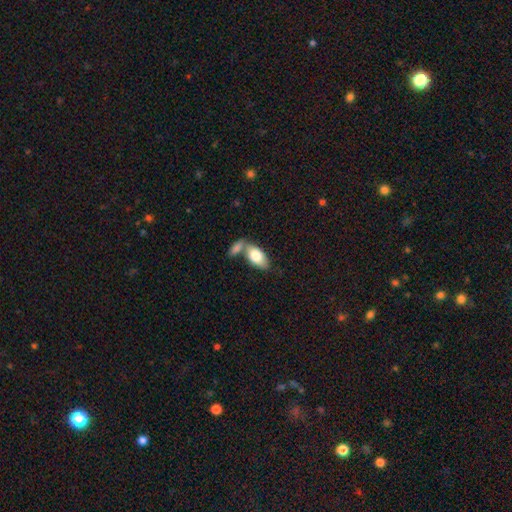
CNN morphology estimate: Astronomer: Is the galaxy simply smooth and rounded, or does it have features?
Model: smooth — 79%.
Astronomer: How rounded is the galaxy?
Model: in between — 93%.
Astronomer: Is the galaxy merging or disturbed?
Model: merger — 45% (runner-up: none, 39%).